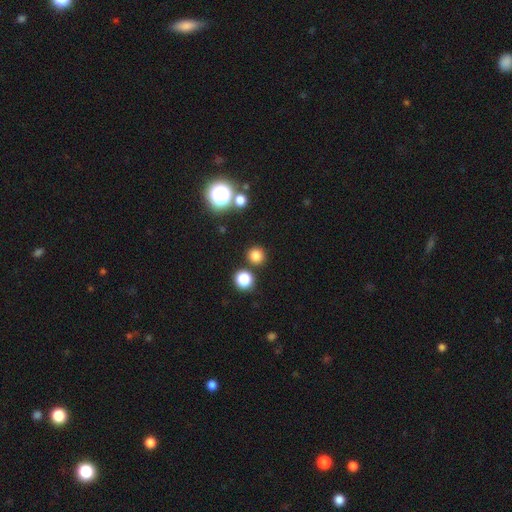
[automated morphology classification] Smooth or featured: smooth — 79% (star or artifact — 16%)
How rounded: round — 93% (in between — 6%)
Merging: none — 86% (minor disturbance — 6%)